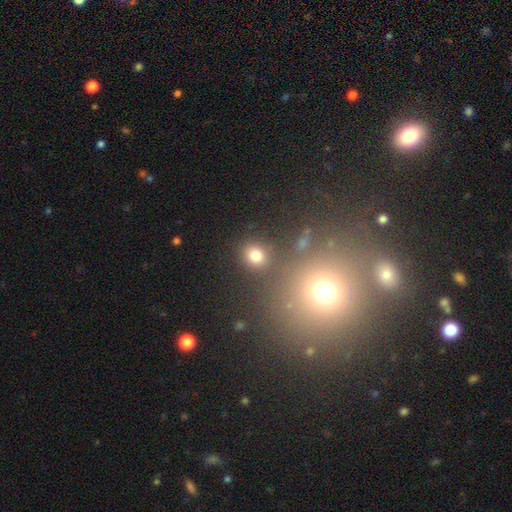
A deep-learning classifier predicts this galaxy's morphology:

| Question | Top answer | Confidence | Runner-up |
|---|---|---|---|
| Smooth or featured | smooth | 78% | star or artifact (16%) |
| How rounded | round | 78% | in between (20%) |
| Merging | none | 81% | minor disturbance (8%) |